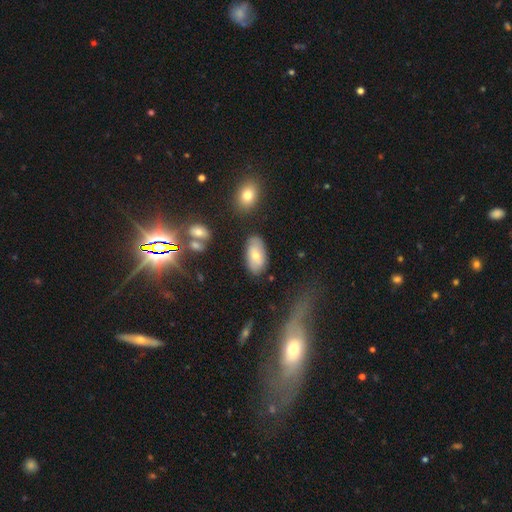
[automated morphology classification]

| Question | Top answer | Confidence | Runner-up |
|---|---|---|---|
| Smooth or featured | smooth | 66% | featured or disk (26%) |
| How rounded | in between | 93% | round (4%) |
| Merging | none | 78% | minor disturbance (14%) |